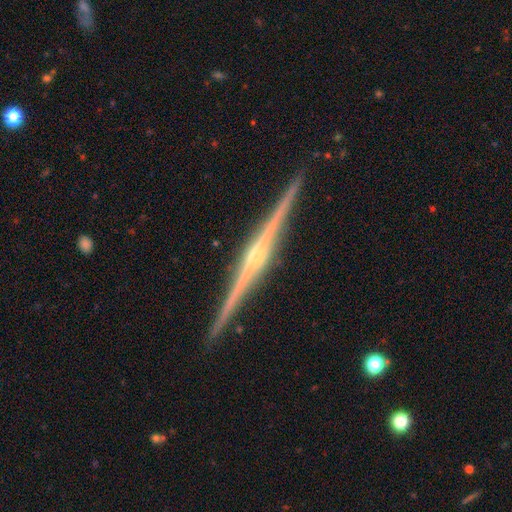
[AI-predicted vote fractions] Morphology: type=featured or disk (90%); edge-on=yes (99%); edge-on bulge=rounded (81%); merging=none (92%).